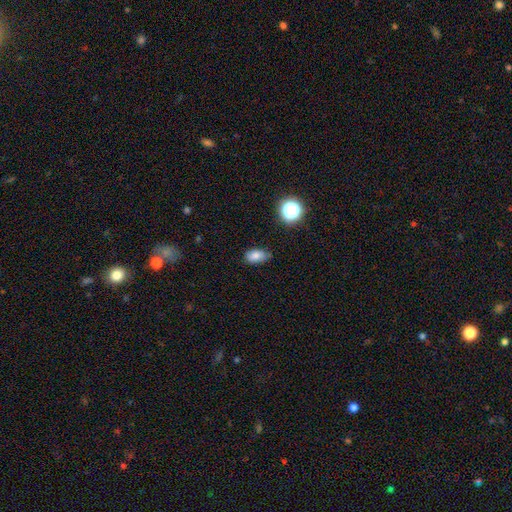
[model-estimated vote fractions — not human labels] Morphology: type=smooth (80%); roundness=in between (87%); merging=none (66%).